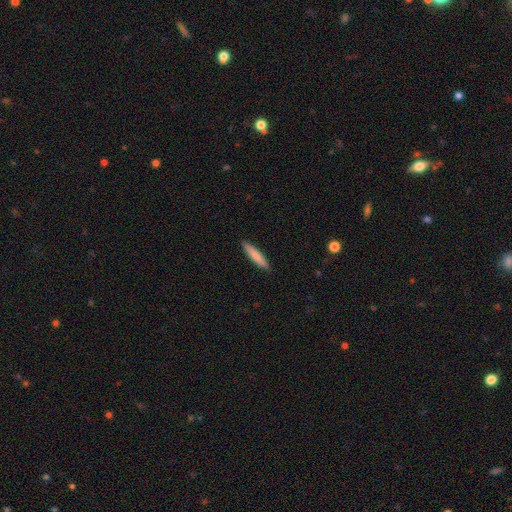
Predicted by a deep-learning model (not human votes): smooth-or-featured: smooth: 82% | featured or disk: 12% | star or artifact: 5%
  how-rounded: cigar-shaped: 88% | in between: 11% | round: 1%
  merging: none: 91% | minor disturbance: 7% | major disturbance: 1% | merger: 1%